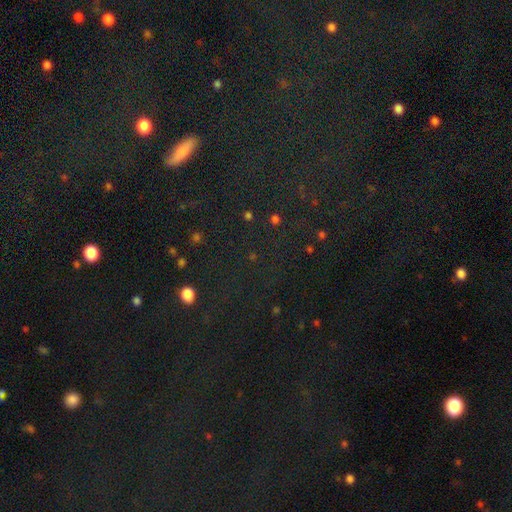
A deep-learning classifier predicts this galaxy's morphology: This appears to be a star or artifact, not a galaxy (74%).